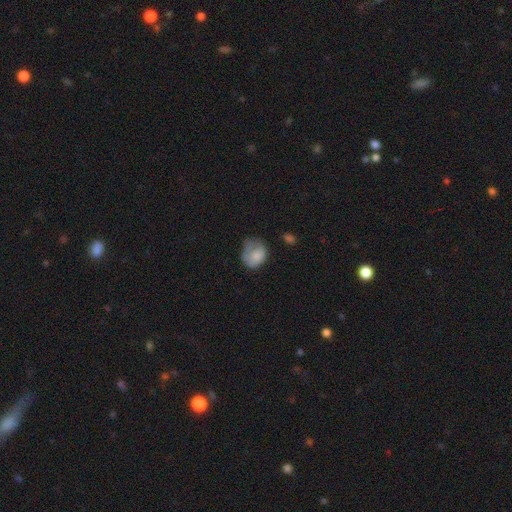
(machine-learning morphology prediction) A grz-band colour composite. It shows a smooth galaxy with no disk features (75%) that is in between round and cigar-shaped (50%). Merging: minor disturbance (35%).